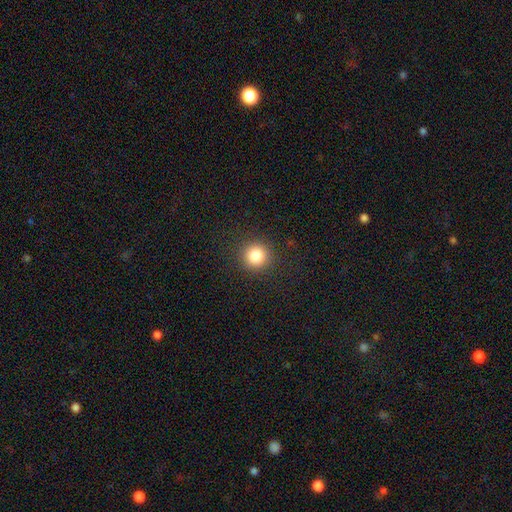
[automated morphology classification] A smooth galaxy with no disk features (84%) that is round (94%).

Vote fractions:
- Smooth or featured? smooth: 84% / star or artifact: 11% / featured or disk: 5%
- How rounded? round: 94% / in between: 5% / cigar-shaped: 1%
- Merging? none: 91% / minor disturbance: 6% / major disturbance: 2% / merger: 1%